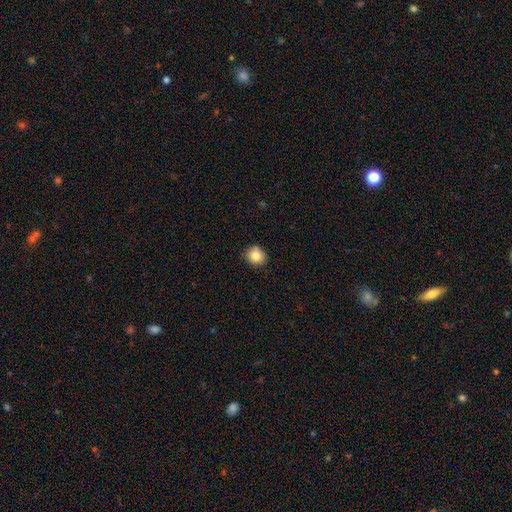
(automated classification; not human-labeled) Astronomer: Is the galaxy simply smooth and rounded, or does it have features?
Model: smooth — 82%.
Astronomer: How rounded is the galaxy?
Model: round — 84%.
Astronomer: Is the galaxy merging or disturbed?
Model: none — 83%.